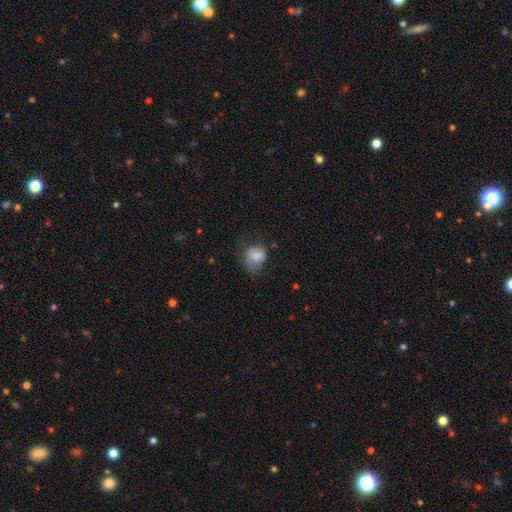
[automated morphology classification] smooth-or-featured: smooth: 80% | featured or disk: 11% | star or artifact: 10%
  how-rounded: round: 62% | in between: 37% | cigar-shaped: 1%
  merging: none: 52% | minor disturbance: 30% | major disturbance: 16% | merger: 2%